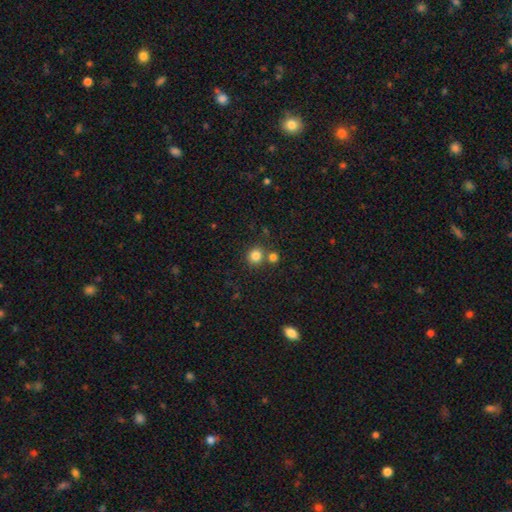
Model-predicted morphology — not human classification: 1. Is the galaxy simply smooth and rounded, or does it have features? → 82% smooth, 12% star or artifact, 6% featured or disk.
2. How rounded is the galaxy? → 87% round, 12% in between, 1% cigar-shaped.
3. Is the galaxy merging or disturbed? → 68% none, 21% merger, 8% minor disturbance, 3% major disturbance.